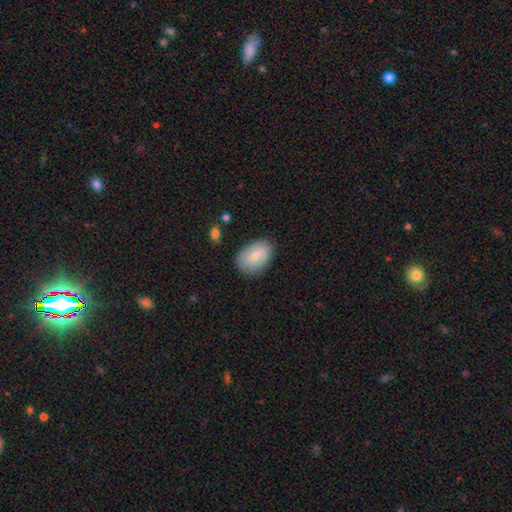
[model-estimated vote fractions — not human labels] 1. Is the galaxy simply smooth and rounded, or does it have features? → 67% smooth, 27% featured or disk, 6% star or artifact.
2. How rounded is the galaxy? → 86% in between, 13% round, 1% cigar-shaped.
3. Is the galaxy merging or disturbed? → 81% none, 14% minor disturbance, 3% major disturbance, 1% merger.